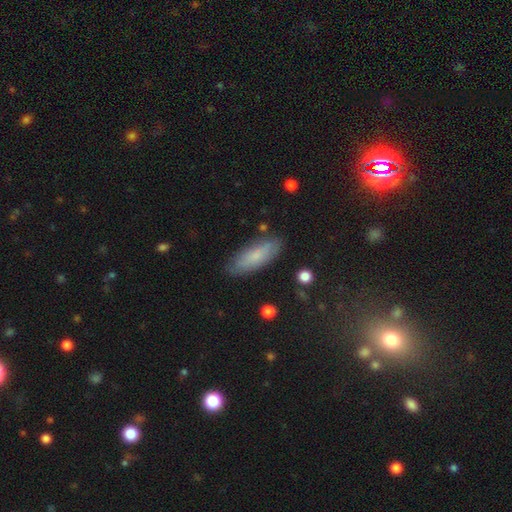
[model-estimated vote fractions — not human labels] This appears to be a smooth galaxy with no disk features (71%) that is in between round and cigar-shaped (61%). Merging: none (81%).